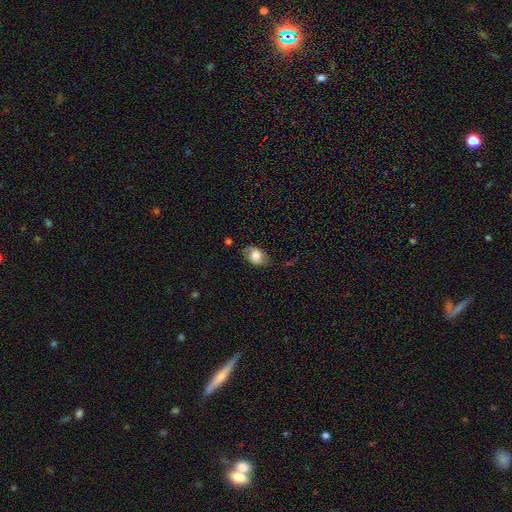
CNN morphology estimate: Overall: smooth (67%). How rounded: in between (84%). Merging: none (65%; minor disturbance 26%).